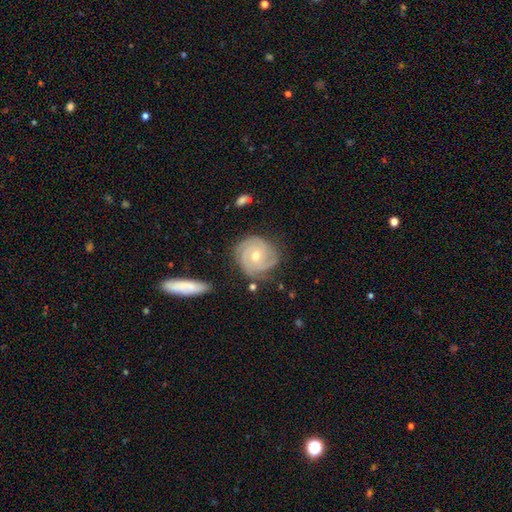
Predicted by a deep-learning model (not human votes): Smooth or featured? Predicted: featured or disk (p=0.82). Edge-on disk? Predicted: no (p=0.97). Bar? Predicted: no (p=0.72). Spiral arms? Predicted: yes (p=0.96). Spiral winding? Predicted: tight (p=0.75). Spiral arm count? Predicted: 3 (p=0.37). Bulge size? Predicted: moderate (p=0.56). Merging? Predicted: none (p=0.78).